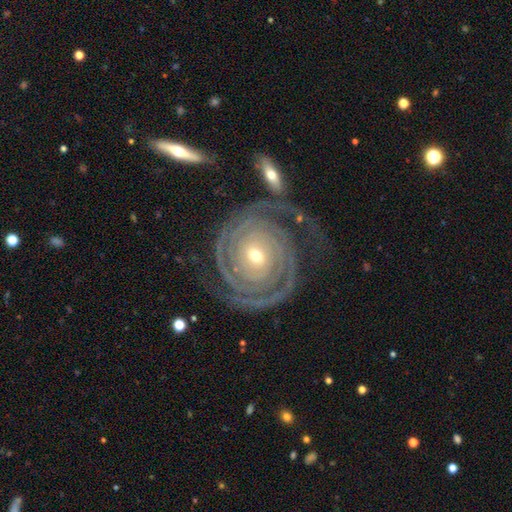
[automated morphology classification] featured or disk 91%, star or artifact 5%, smooth 4%. Down the decision tree: edge-on disk — no (97%); bar — no (66%); spiral arms — yes (98%); spiral arm count — 2 (57%); spiral winding — tight (83%); bulge size — small (60%); merging — none (69%).